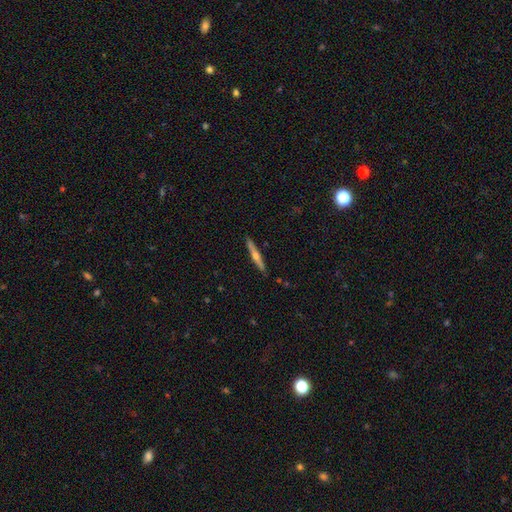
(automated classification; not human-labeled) Smooth or featured?
  - featured or disk: 66% *
  - smooth: 28%
  - star or artifact: 6%
Edge-on disk?
  - yes: 97% *
  - no: 3%
Edge-on bulge?
  - rounded: 86% *
  - none: 11%
  - boxy: 4%
Merging?
  - none: 91% *
  - minor disturbance: 7%
  - major disturbance: 1%
  - merger: 1%